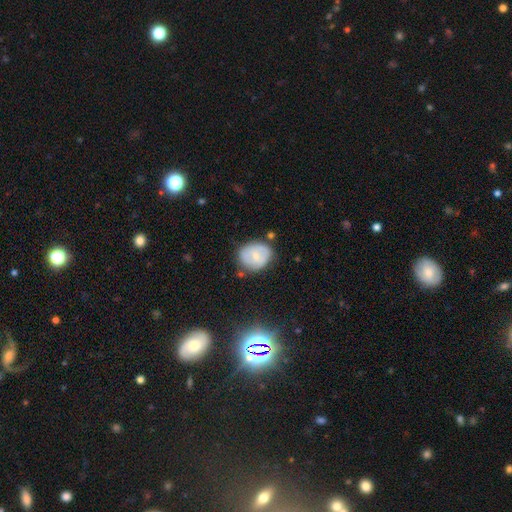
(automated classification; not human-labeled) This is possibly a smooth galaxy (57%). How rounded: possibly round (56%). Merging: likely none (66%).